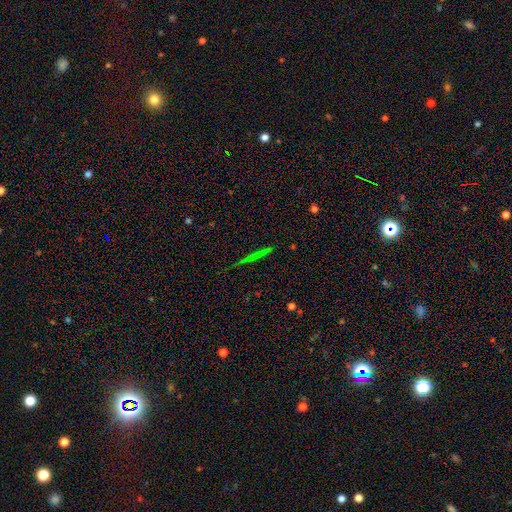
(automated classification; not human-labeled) A star or artifact, not a galaxy (55%).

Vote fractions:
- Smooth or featured? star or artifact: 55% / smooth: 23% / featured or disk: 22%